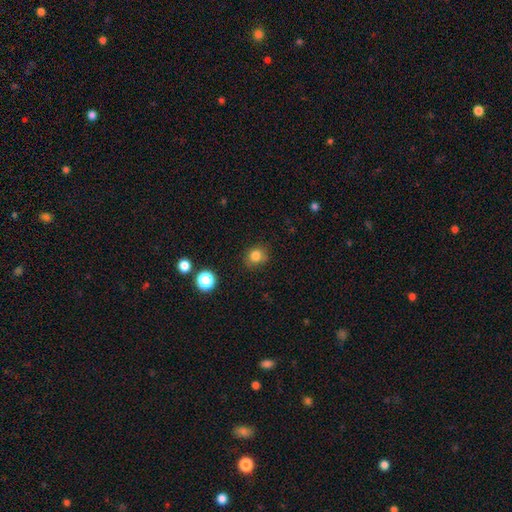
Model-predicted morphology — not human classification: Smooth or featured? Predicted: smooth (p=0.81). How rounded? Predicted: round (p=0.79). Merging? Predicted: none (p=0.82).